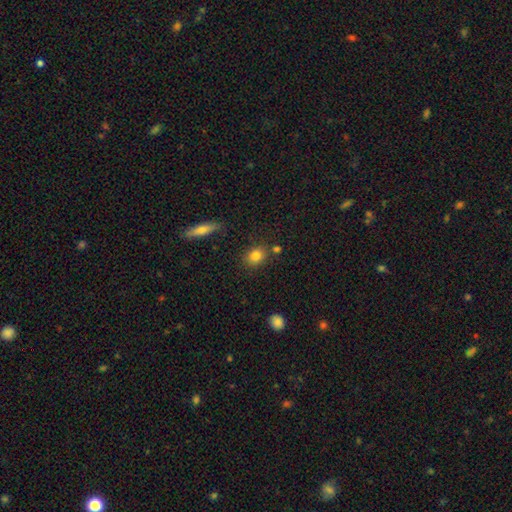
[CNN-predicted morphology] This appears to be a smooth galaxy with no disk features (82%) that is round (52%). Merging: none (77%).